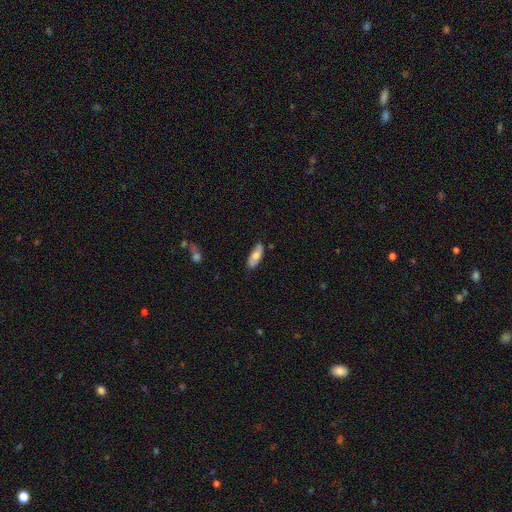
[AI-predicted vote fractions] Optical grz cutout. It shows a smooth galaxy with no disk features (66%) that is in between round and cigar-shaped (74%). Merging: none (81%).